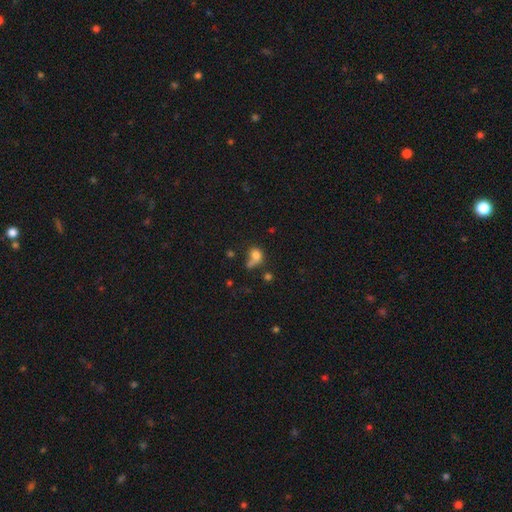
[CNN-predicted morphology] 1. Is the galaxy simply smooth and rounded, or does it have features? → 73% smooth, 14% featured or disk, 13% star or artifact.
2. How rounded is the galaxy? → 51% round, 46% in between, 3% cigar-shaped.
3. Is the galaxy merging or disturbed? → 32% none, 26% major disturbance, 23% merger, 19% minor disturbance.